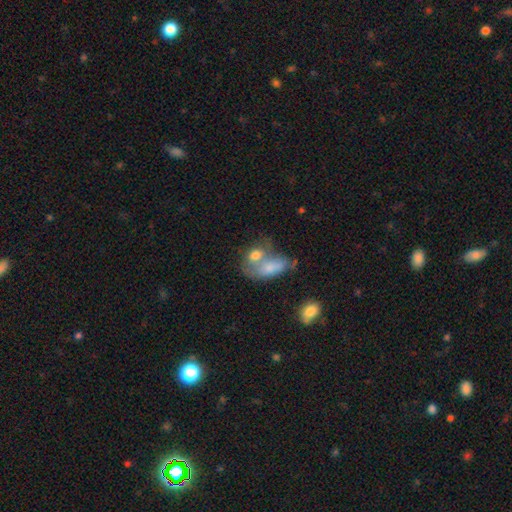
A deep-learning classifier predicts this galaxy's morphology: This is likely a smooth galaxy (64%). How rounded: likely in between (76%). Merging: possibly merger (54%).